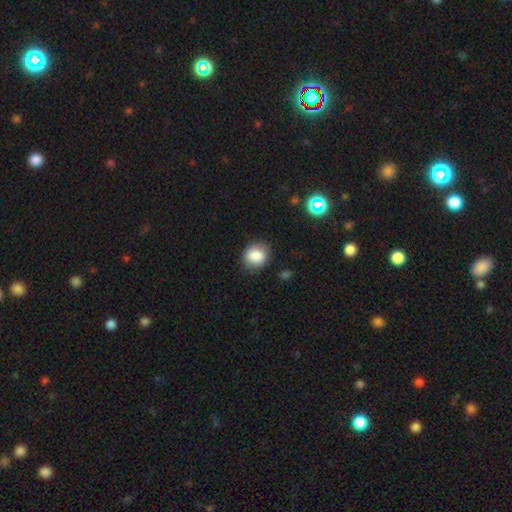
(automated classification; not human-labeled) Morphology: type=smooth (85%); roundness=round (57%); merging=none (82%).